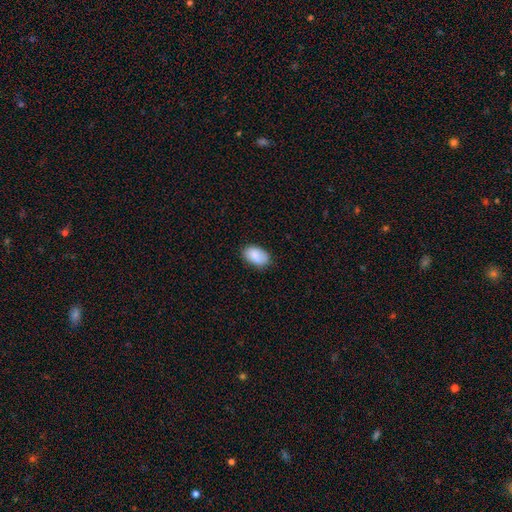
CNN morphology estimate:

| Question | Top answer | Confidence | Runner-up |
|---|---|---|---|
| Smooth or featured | smooth | 87% | star or artifact (7%) |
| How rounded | in between | 92% | round (7%) |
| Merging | none | 80% | minor disturbance (16%) |